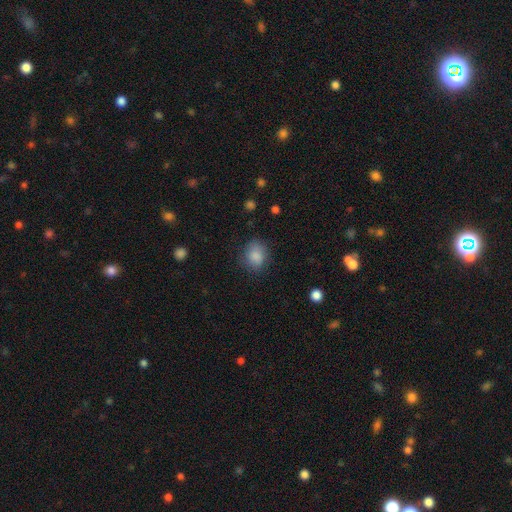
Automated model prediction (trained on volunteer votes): Morphology: type=smooth (86%); roundness=round (59%); merging=none (77%).